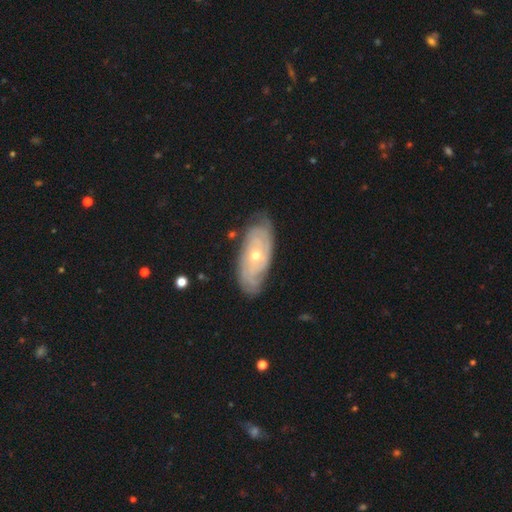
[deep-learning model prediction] A featured or disk galaxy (81%) with no bar (77%), tight (77%) spiral arms (92%) and a moderate central bulge (49%).

Vote fractions:
- Smooth or featured? featured or disk: 81% / smooth: 14% / star or artifact: 6%
- Edge-on disk? no: 91% / yes: 9%
- Bar? no: 77% / weak: 18% / strong: 4%
- Spiral arms? yes: 92% / no: 8%
- Spiral winding? tight: 77% / medium: 18% / loose: 5%
- Spiral arm count? can't tell: 48% / 2: 19% / 3: 13% / 4: 10% / more than 4: 6% / 1: 5%
- Bulge size? moderate: 49% / small: 48% / large: 1% / none: 1% / dominant: 1%
- Merging? none: 77% / minor disturbance: 17% / major disturbance: 4% / merger: 2%